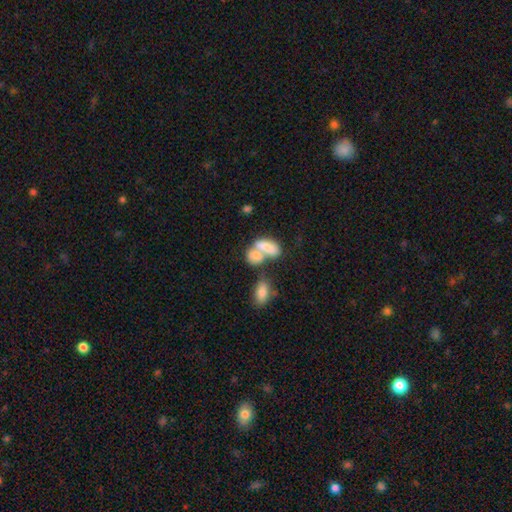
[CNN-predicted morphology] Smooth or featured?
  - smooth: 75% *
  - featured or disk: 17%
  - star or artifact: 9%
How rounded?
  - in between: 85% *
  - round: 9%
  - cigar-shaped: 6%
Merging?
  - merger: 65% *
  - none: 20%
  - minor disturbance: 8%
  - major disturbance: 7%